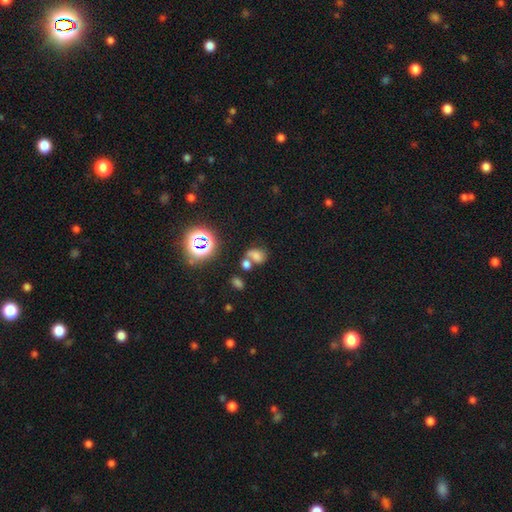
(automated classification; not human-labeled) This is possibly a smooth galaxy (58%). How rounded: possibly in between (59%). Merging: marginally merger (43%).